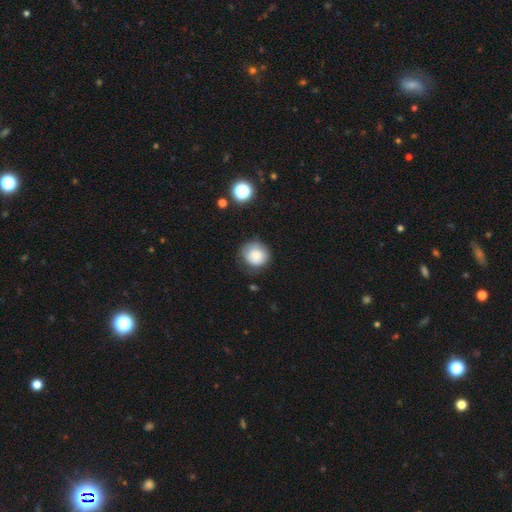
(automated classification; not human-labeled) The model was most divided on "merging": none: 69%, minor disturbance: 23%, major disturbance: 6%, merger: 2%. More confident: how rounded — round (89%); smooth or featured — smooth (82%).